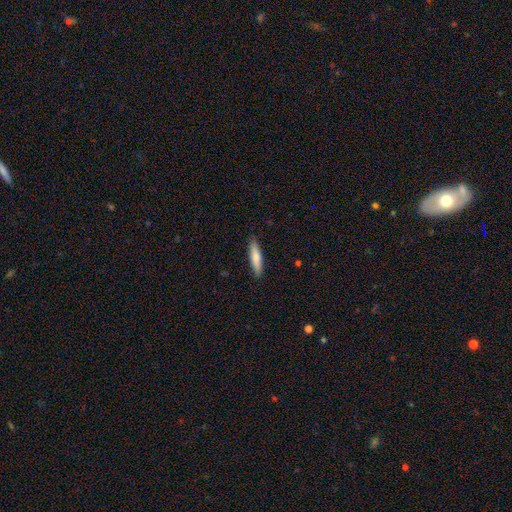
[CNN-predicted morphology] A smooth galaxy with no disk features (70%) that is cigar-shaped (82%).

Vote fractions:
- Smooth or featured? smooth: 70% / featured or disk: 24% / star or artifact: 6%
- How rounded? cigar-shaped: 82% / in between: 16% / round: 2%
- Merging? none: 90% / minor disturbance: 7% / major disturbance: 1% / merger: 1%